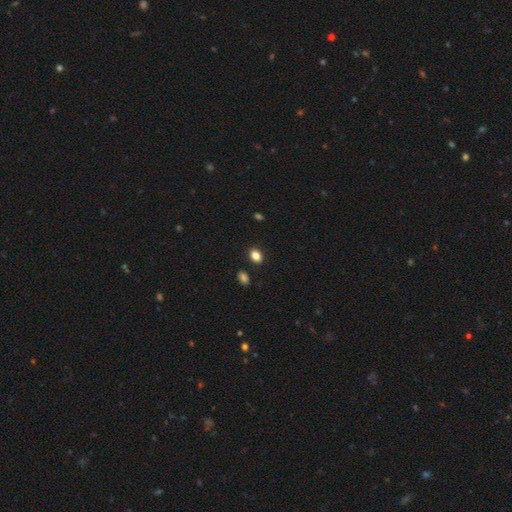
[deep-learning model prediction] A smooth galaxy with no disk features (85%) that is in between round and cigar-shaped (70%).

Vote fractions:
- Smooth or featured? smooth: 85% / star or artifact: 11% / featured or disk: 4%
- How rounded? in between: 70% / round: 28% / cigar-shaped: 1%
- Merging? none: 87% / minor disturbance: 8% / merger: 3% / major disturbance: 2%